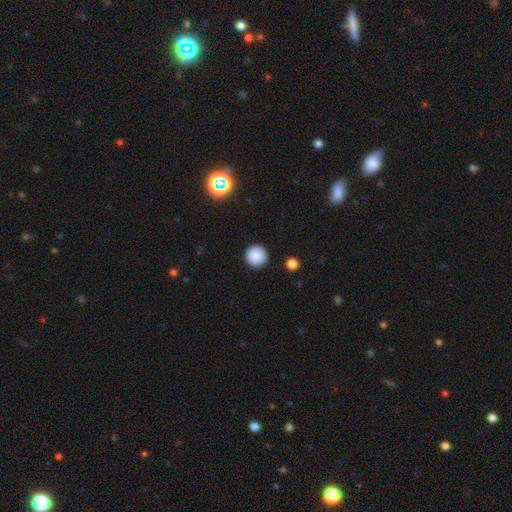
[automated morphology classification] Smooth or featured: smooth — 87% (star or artifact — 10%)
How rounded: round — 96% (in between — 3%)
Merging: none — 92% (minor disturbance — 5%)